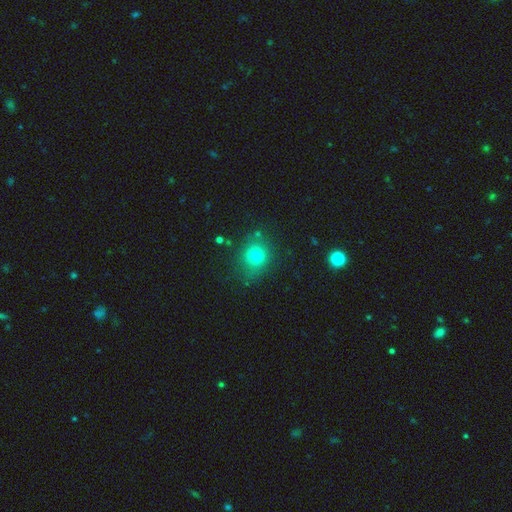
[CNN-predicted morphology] A smooth galaxy with no disk features (75%) that is round (79%).

Vote fractions:
- Smooth or featured? smooth: 75% / star or artifact: 16% / featured or disk: 9%
- How rounded? round: 79% / in between: 20% / cigar-shaped: 1%
- Merging? none: 79% / minor disturbance: 13% / major disturbance: 5% / merger: 4%